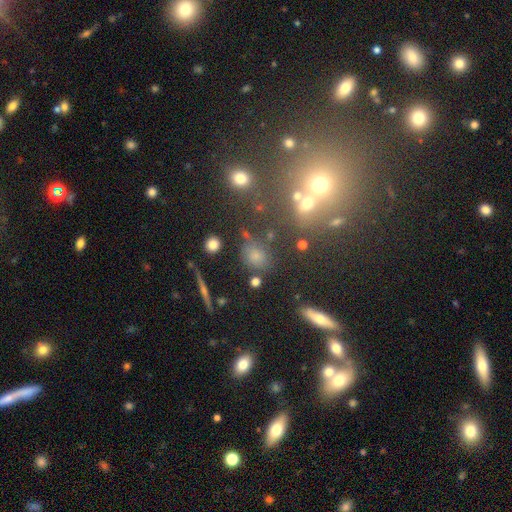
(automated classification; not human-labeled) Smooth or featured? smooth (65%)
How rounded? round (57%)
Merging? none (66%)